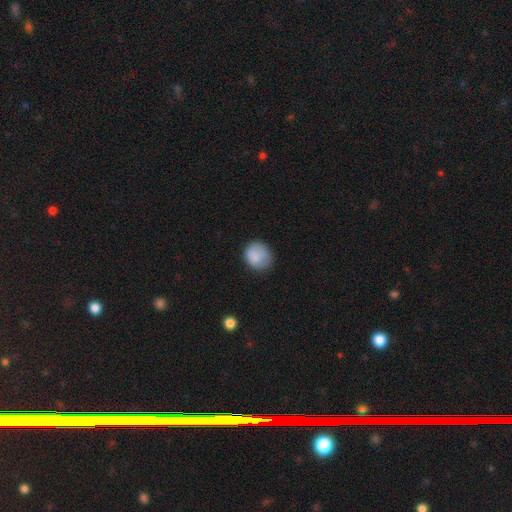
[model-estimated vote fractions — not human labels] Smooth or featured: smooth — 85% (star or artifact — 8%)
How rounded: round — 73% (in between — 26%)
Merging: none — 70% (minor disturbance — 23%)